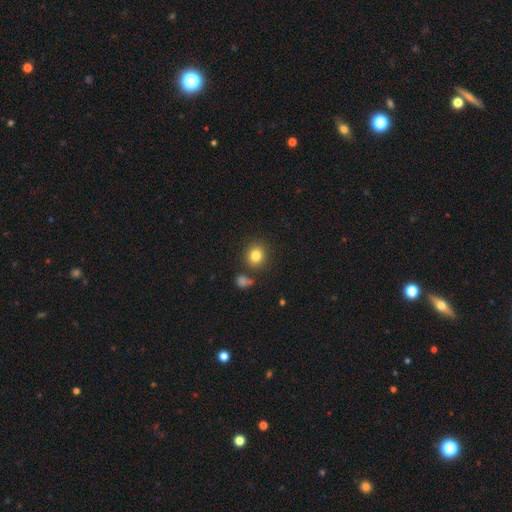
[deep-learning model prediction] Smooth or featured? Predicted: smooth (p=0.82). How rounded? Predicted: round (p=0.82). Merging? Predicted: none (p=0.81).